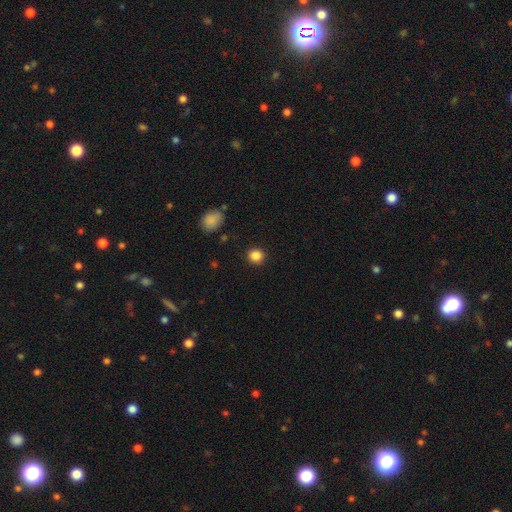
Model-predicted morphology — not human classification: smooth_or_featured: smooth (p=0.86) [alt: star or artifact p=0.11]
how_rounded: round (p=0.86) [alt: in between p=0.13]
merging: none (p=0.91) [alt: minor disturbance p=0.06]